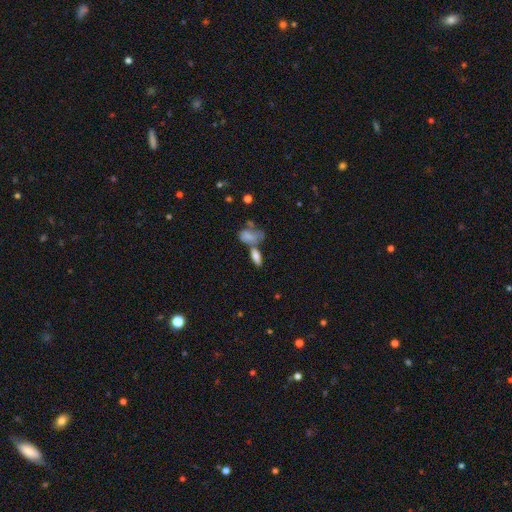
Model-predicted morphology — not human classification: Smooth or featured? Predicted: smooth (p=0.71). How rounded? Predicted: in between (p=0.75). Merging? Predicted: merger (p=0.40).